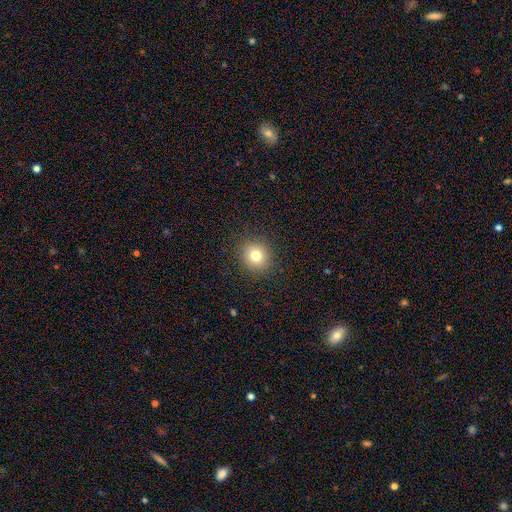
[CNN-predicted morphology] A smooth galaxy with no disk features (78%) that is round (85%).

Vote fractions:
- Smooth or featured? smooth: 78% / star or artifact: 13% / featured or disk: 9%
- How rounded? round: 85% / in between: 15% / cigar-shaped: 1%
- Merging? none: 90% / minor disturbance: 7% / major disturbance: 3% / merger: 1%